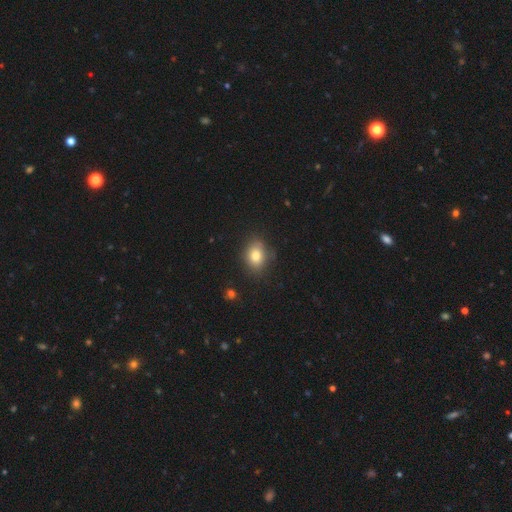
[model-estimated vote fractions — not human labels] This is likely a smooth galaxy (80%). How rounded: possibly in between (57%). Merging: likely none (78%).